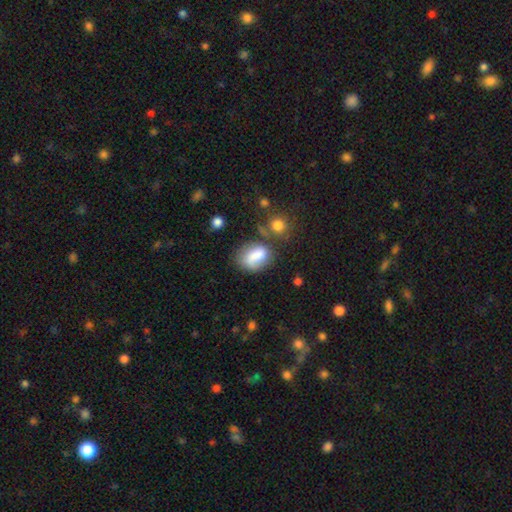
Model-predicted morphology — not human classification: smooth_or_featured: smooth (p=0.70) [alt: featured or disk p=0.21]
how_rounded: in between (p=0.70) [alt: round p=0.26]
merging: none (p=0.49) [alt: minor disturbance p=0.23]